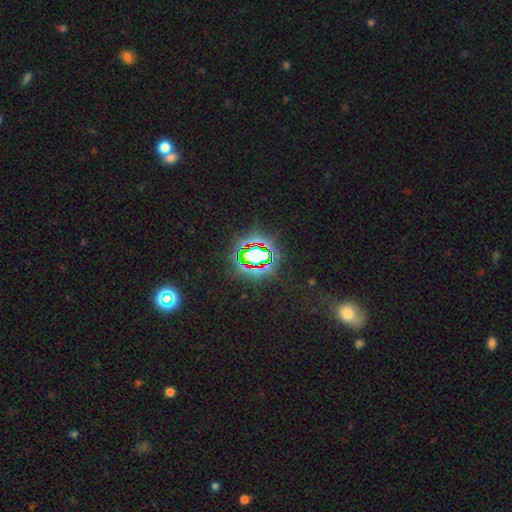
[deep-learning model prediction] star or artifact 71%, smooth 17%, featured or disk 11%.